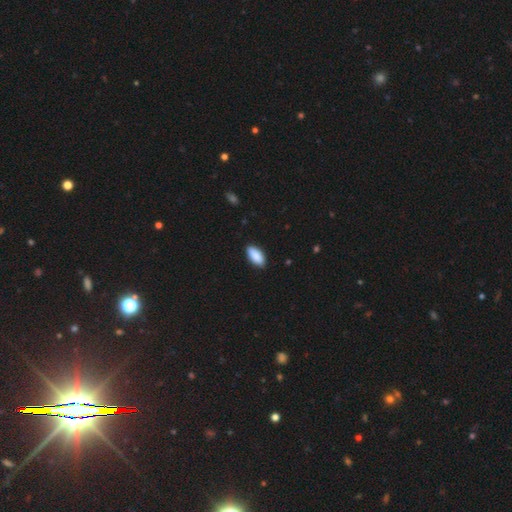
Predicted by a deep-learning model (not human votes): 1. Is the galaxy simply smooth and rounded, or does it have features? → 90% smooth, 6% star or artifact, 4% featured or disk.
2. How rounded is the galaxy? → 91% in between, 7% cigar-shaped, 2% round.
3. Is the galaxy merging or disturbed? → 87% none, 10% minor disturbance, 2% major disturbance, 1% merger.